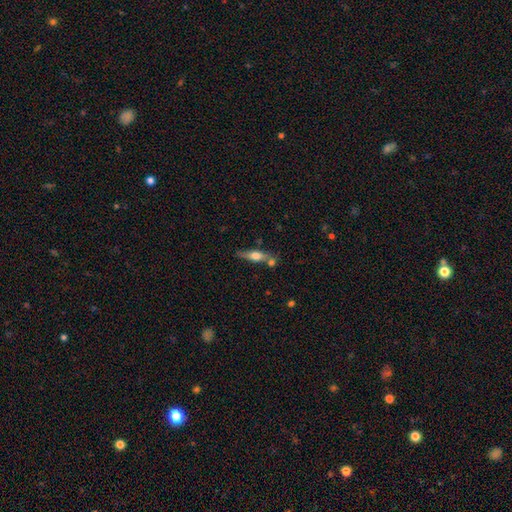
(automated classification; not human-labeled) Smooth or featured: featured or disk — 49% (smooth — 44%)
Merging: none — 63% (merger — 17%)